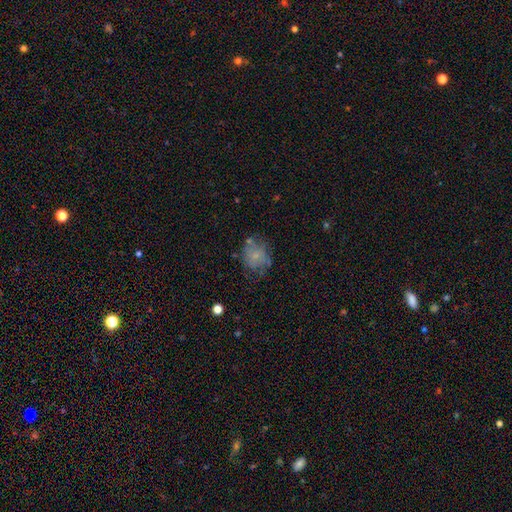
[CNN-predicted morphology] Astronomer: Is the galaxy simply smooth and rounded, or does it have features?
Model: smooth — 53% (runner-up: featured or disk, 36%).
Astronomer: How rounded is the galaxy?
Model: round — 56% (runner-up: in between, 43%).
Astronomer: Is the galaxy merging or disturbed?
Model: none — 48% (runner-up: minor disturbance, 27%).